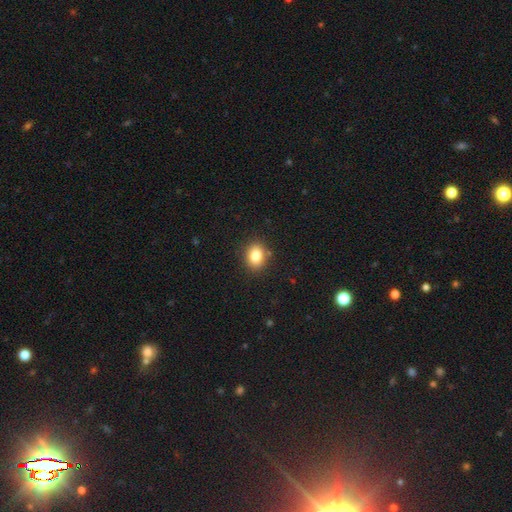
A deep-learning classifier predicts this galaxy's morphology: Smooth or featured?
  - smooth: 83% *
  - star or artifact: 10%
  - featured or disk: 7%
How rounded?
  - in between: 52% *
  - round: 47%
  - cigar-shaped: 1%
Merging?
  - none: 86% *
  - minor disturbance: 9%
  - major disturbance: 3%
  - merger: 2%